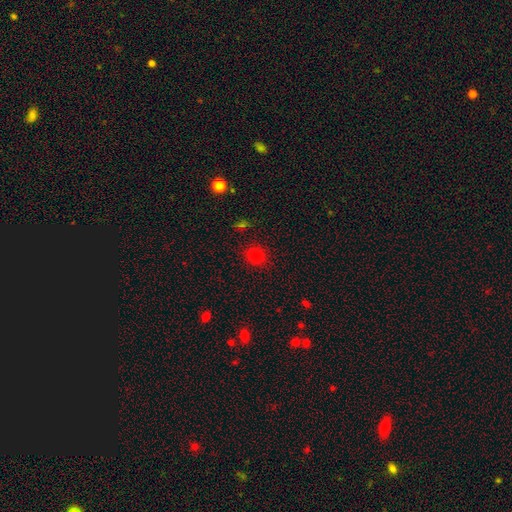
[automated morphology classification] Smooth or featured?
  - smooth: 77% *
  - star or artifact: 17%
  - featured or disk: 6%
How rounded?
  - round: 83% *
  - in between: 16%
  - cigar-shaped: 1%
Merging?
  - none: 88% *
  - minor disturbance: 8%
  - major disturbance: 3%
  - merger: 2%